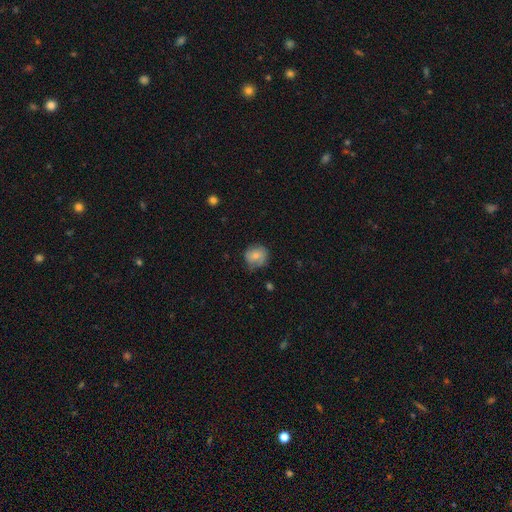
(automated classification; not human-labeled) Smooth or featured? smooth (65%)
How rounded? round (82%)
Merging? none (64%)